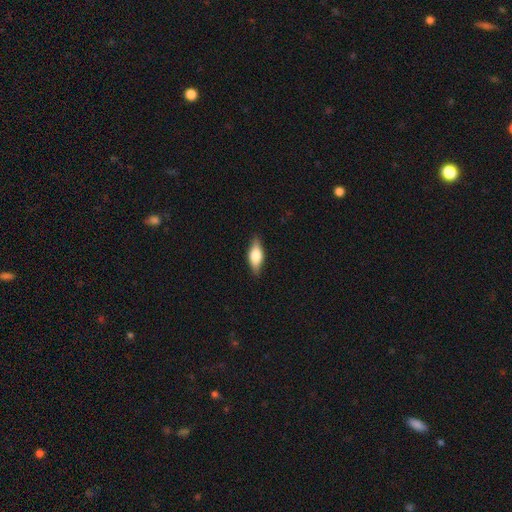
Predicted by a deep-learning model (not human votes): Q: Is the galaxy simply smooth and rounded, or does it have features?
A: smooth — 62%.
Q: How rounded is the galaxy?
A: in between — 76%.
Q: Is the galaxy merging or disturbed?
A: none — 85%.